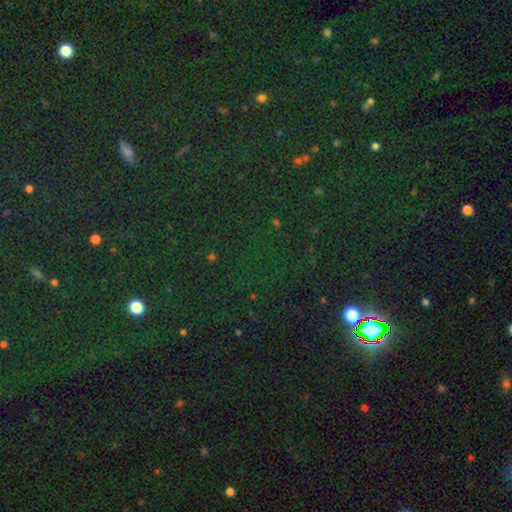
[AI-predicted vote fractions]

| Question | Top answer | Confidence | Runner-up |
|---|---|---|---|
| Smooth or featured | star or artifact | 81% | smooth (12%) |